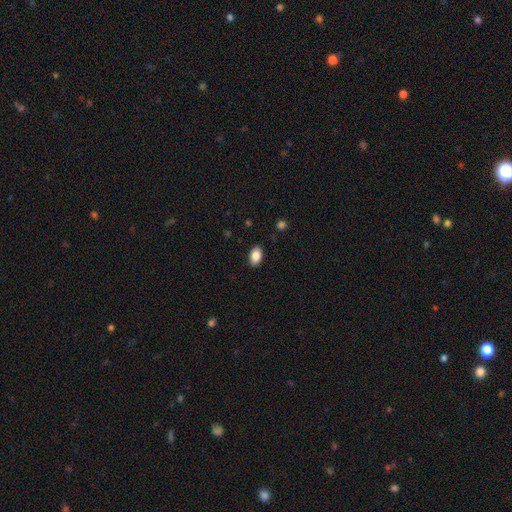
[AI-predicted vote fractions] Q: Smooth or featured?
A: smooth (86%); runner-up: star or artifact (8%)
Q: How rounded?
A: in between (91%); runner-up: round (8%)
Q: Merging?
A: none (88%); runner-up: minor disturbance (9%)